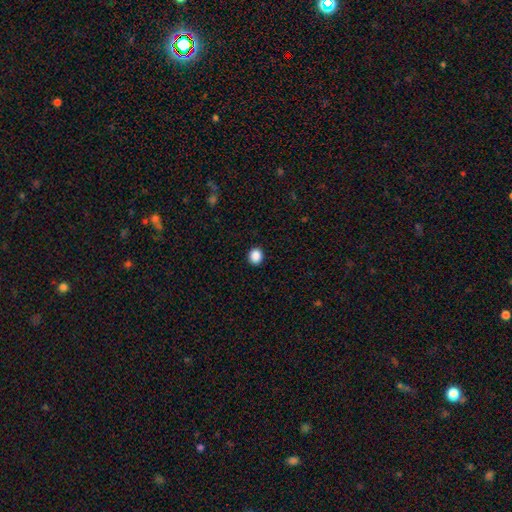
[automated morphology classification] smooth_or_featured: smooth (p=0.88) [alt: star or artifact p=0.09]
how_rounded: round (p=0.75) [alt: in between p=0.24]
merging: none (p=0.92) [alt: minor disturbance p=0.05]